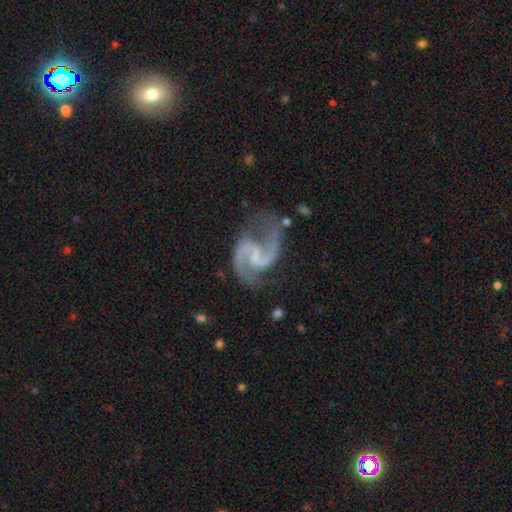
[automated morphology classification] Smooth or featured?
  - featured or disk: 93% *
  - star or artifact: 4%
  - smooth: 3%
Edge-on disk?
  - no: 99% *
  - yes: 1%
Bar?
  - weak: 48% *
  - no: 32%
  - strong: 20%
Spiral arms?
  - yes: 98% *
  - no: 2%
Spiral winding?
  - medium: 55% *
  - loose: 35%
  - tight: 10%
Spiral arm count?
  - 2: 94% *
  - 1: 2%
  - can't tell: 1%
  - 3: 1%
  - 4: 1%
  - more than 4: 1%
Bulge size?
  - none: 56% *
  - small: 32%
  - moderate: 10%
  - large: 2%
  - dominant: 1%
Merging?
  - none: 67% *
  - minor disturbance: 19%
  - major disturbance: 11%
  - merger: 3%